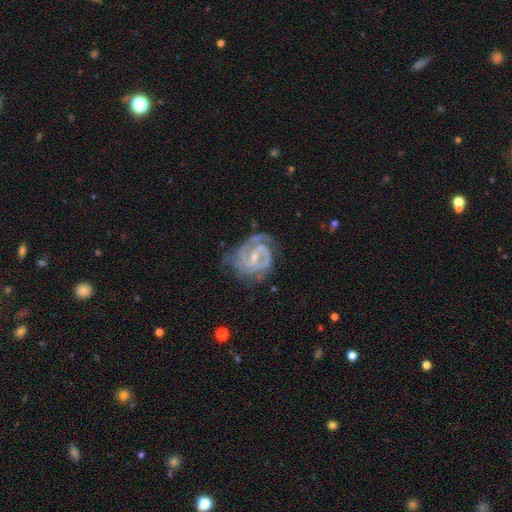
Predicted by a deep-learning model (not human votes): This is clearly a featured or disk galaxy (90%). It is clearly not viewed edge-on (98%). Bar: possibly weak (48%). Spiral arm pattern: clearly yes (96%). Spiral arm count: possibly 2 (60%). Spiral winding: possibly tight (53%). Central bulge: likely small (61%). Merging: possibly none (58%).